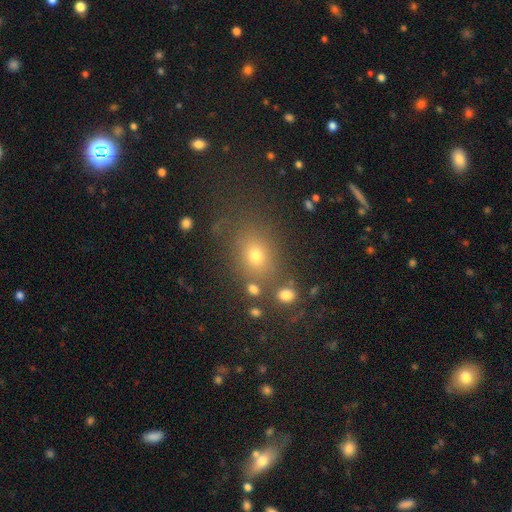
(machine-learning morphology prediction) smooth 60%, star or artifact 28%, featured or disk 12%. Down the decision tree: how rounded — round (54%); merging — none (73%).